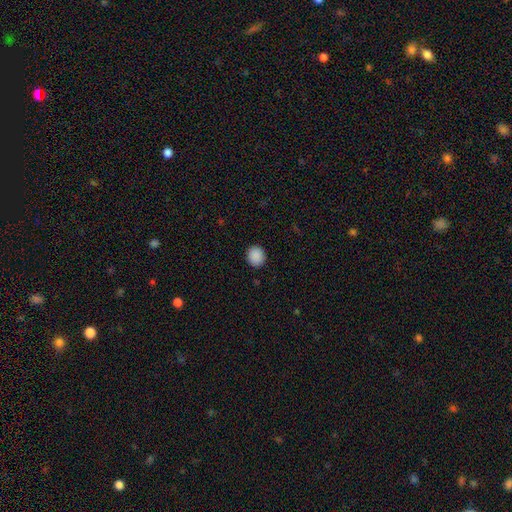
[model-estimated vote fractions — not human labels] smooth-or-featured: smooth: 89% | star or artifact: 9% | featured or disk: 2%
  how-rounded: round: 81% | in between: 18% | cigar-shaped: 1%
  merging: none: 91% | minor disturbance: 6% | major disturbance: 2% | merger: 1%